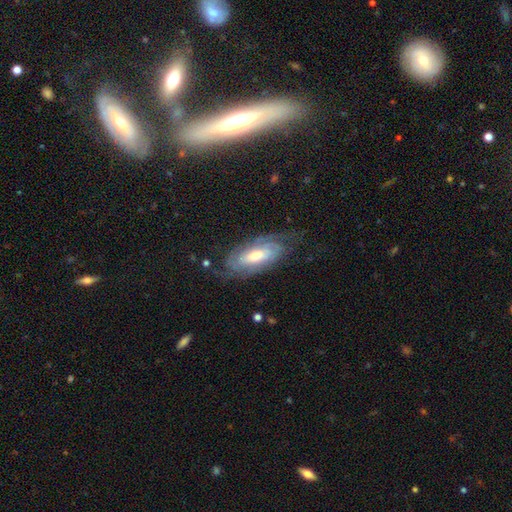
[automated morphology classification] Smooth or featured? featured or disk (78%)
Edge-on disk? no (90%)
Bar? no (52%)
Spiral arms? yes (91%)
Spiral winding? tight (62%)
Spiral arm count? can't tell (42%)
Bulge size? moderate (65%)
Merging? none (70%)